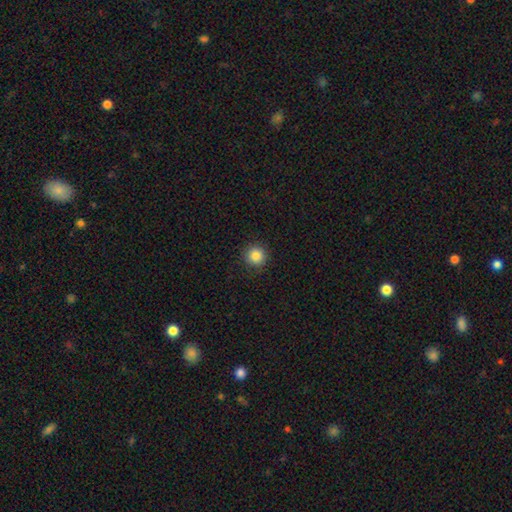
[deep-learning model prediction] smooth-or-featured: smooth: 85% | star or artifact: 11% | featured or disk: 5%
  how-rounded: round: 95% | in between: 4% | cigar-shaped: 1%
  merging: none: 91% | minor disturbance: 6% | major disturbance: 2% | merger: 1%